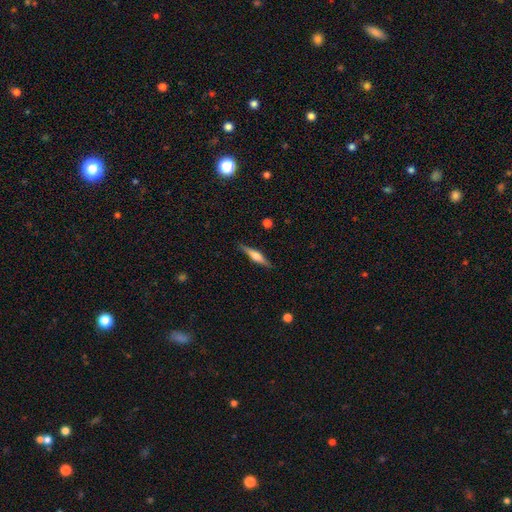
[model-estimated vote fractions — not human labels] Morphology: type=featured or disk (57%); edge-on=yes (97%); edge-on bulge=rounded (72%); merging=none (87%).